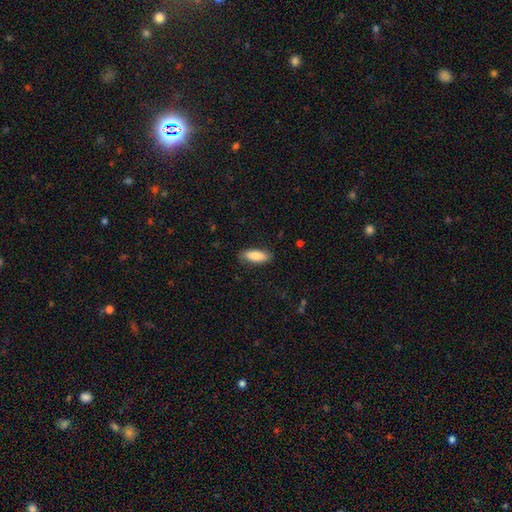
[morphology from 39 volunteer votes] Smooth or featured?
  - smooth: 90% *
  - featured or disk: 8%
  - star or artifact: 3%
How rounded?
  - in between: 83% *
  - cigar-shaped: 14%
  - round: 3%
Merging?
  - none: 68% *
  - minor disturbance: 18%
  - major disturbance: 8%
  - merger: 5%